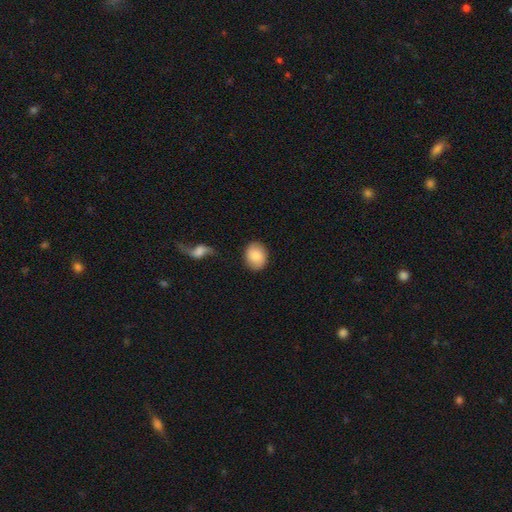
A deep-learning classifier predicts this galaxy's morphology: smooth_or_featured: smooth (p=0.83) [alt: featured or disk p=0.10]
how_rounded: in between (p=0.51) [alt: round p=0.48]
merging: none (p=0.82) [alt: minor disturbance p=0.11]